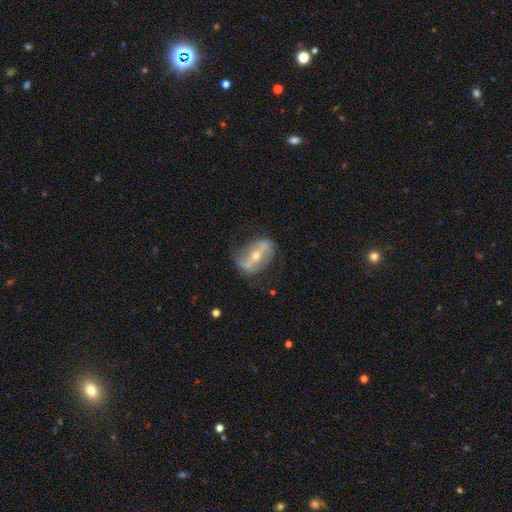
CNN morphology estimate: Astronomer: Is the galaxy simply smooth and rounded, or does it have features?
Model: featured or disk — 80%.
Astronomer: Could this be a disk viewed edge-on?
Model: no — 91%.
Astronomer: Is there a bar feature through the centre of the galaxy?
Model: strong — 54%.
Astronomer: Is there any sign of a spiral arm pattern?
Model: yes — 83%.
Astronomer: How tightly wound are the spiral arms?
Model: loose — 63%.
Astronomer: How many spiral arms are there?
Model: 2 — 87%.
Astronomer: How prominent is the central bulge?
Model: small — 48%, tied with moderate at 48%.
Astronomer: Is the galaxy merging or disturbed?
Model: none — 70%.